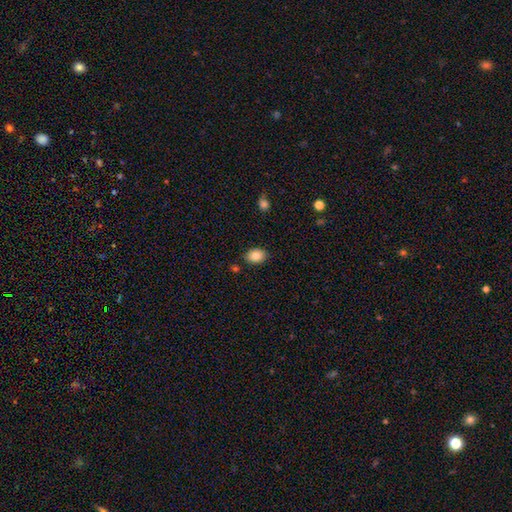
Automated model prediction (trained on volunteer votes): smooth_or_featured: smooth (p=0.84) [alt: star or artifact p=0.08]
how_rounded: in between (p=0.75) [alt: round p=0.24]
merging: none (p=0.85) [alt: minor disturbance p=0.10]